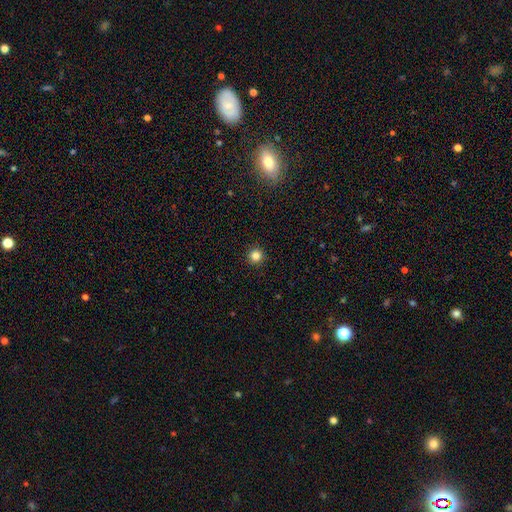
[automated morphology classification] smooth 84%, star or artifact 12%, featured or disk 4%. Down the decision tree: how rounded — round (96%); merging — none (93%).